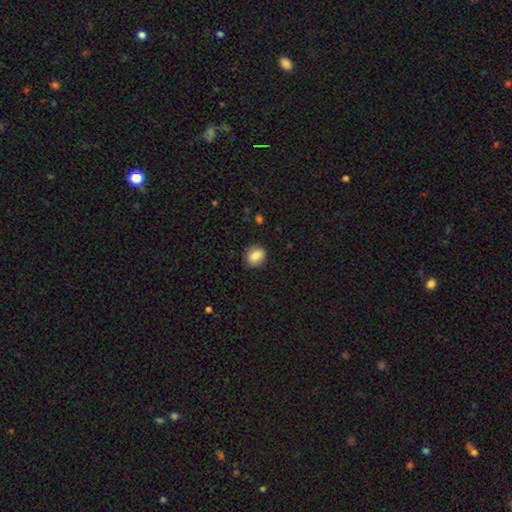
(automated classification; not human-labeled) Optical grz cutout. It shows a smooth galaxy with no disk features (85%) that is round (54%). Merging: none (84%).